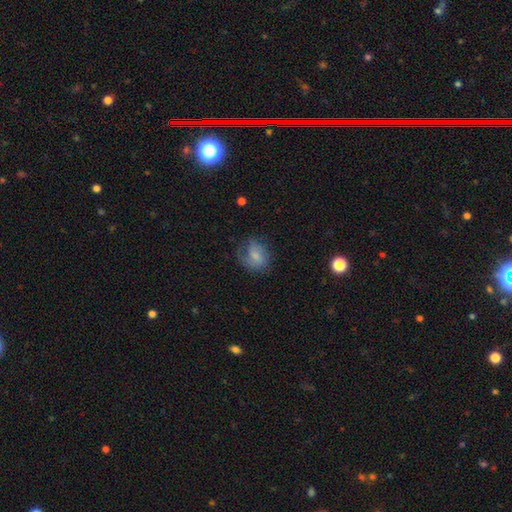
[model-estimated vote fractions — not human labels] Smooth or featured? smooth (67%)
How rounded? in between (53%)
Merging? none (50%)